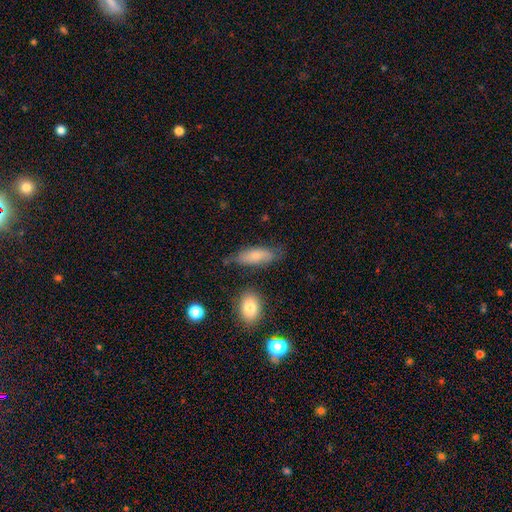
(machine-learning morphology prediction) Smooth or featured?
  - smooth: 71% *
  - featured or disk: 22%
  - star or artifact: 7%
How rounded?
  - in between: 74% *
  - cigar-shaped: 23%
  - round: 3%
Merging?
  - none: 61% *
  - minor disturbance: 26%
  - major disturbance: 7%
  - merger: 6%